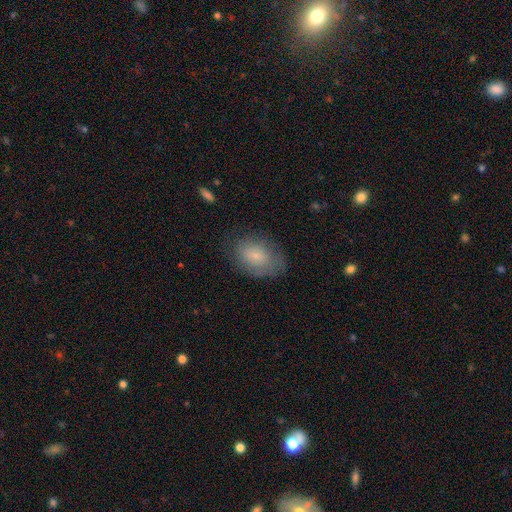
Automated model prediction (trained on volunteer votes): smooth_or_featured: smooth (p=0.73) [alt: featured or disk p=0.19]
how_rounded: in between (p=0.79) [alt: round p=0.20]
merging: none (p=0.67) [alt: minor disturbance p=0.22]